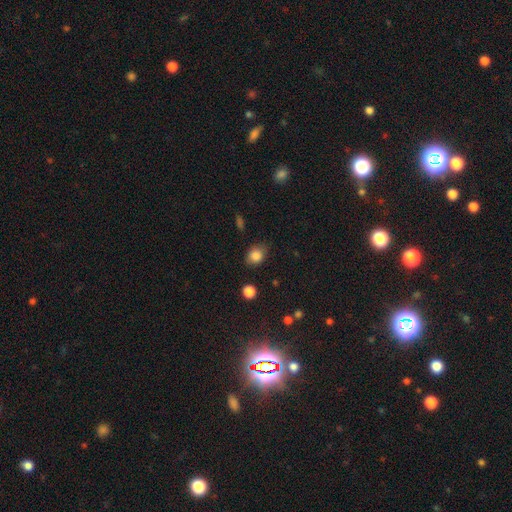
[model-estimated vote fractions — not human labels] smooth 84%, star or artifact 10%, featured or disk 6%. Down the decision tree: how rounded — in between (53%); merging — none (73%).